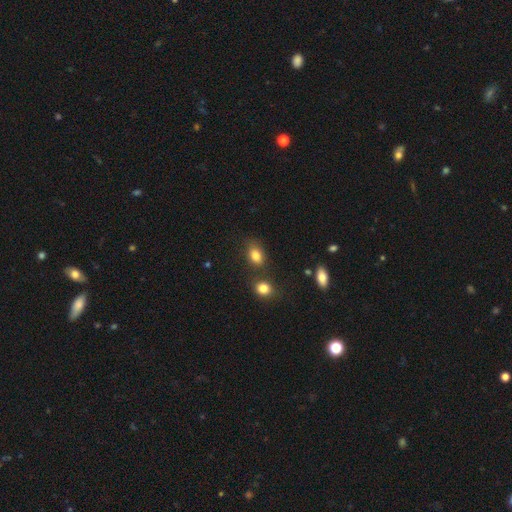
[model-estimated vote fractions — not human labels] smooth_or_featured: smooth (p=0.83) [alt: star or artifact p=0.11]
how_rounded: in between (p=0.71) [alt: round p=0.27]
merging: none (p=0.69) [alt: minor disturbance p=0.15]